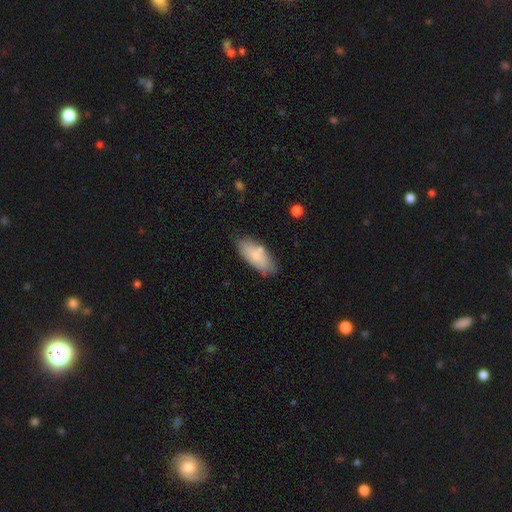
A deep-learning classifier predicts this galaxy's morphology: This appears to be a smooth galaxy with no disk features (77%) that is in between round and cigar-shaped (85%). Merging: none (74%).